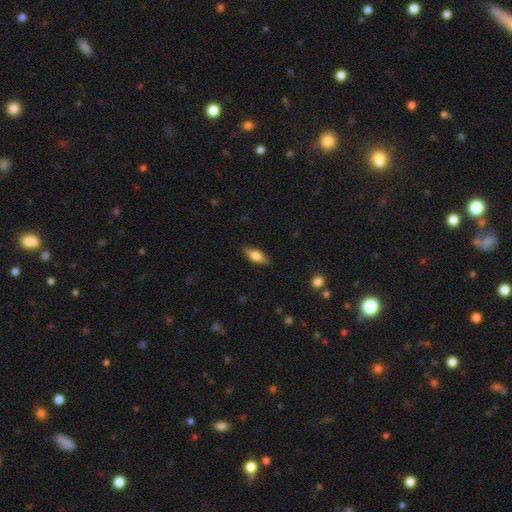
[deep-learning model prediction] smooth-or-featured: smooth: 62% | featured or disk: 31% | star or artifact: 7%
  how-rounded: in between: 71% | cigar-shaped: 25% | round: 4%
  merging: none: 84% | minor disturbance: 12% | major disturbance: 3% | merger: 1%